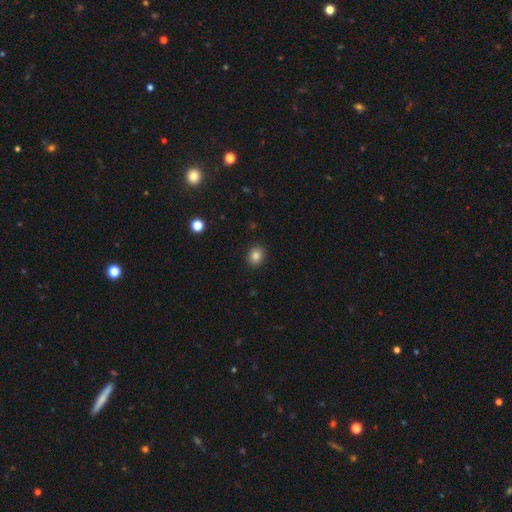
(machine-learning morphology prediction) smooth-or-featured: smooth: 85% | star or artifact: 11% | featured or disk: 5%
  how-rounded: round: 62% | in between: 37% | cigar-shaped: 1%
  merging: none: 90% | minor disturbance: 7% | major disturbance: 2% | merger: 1%